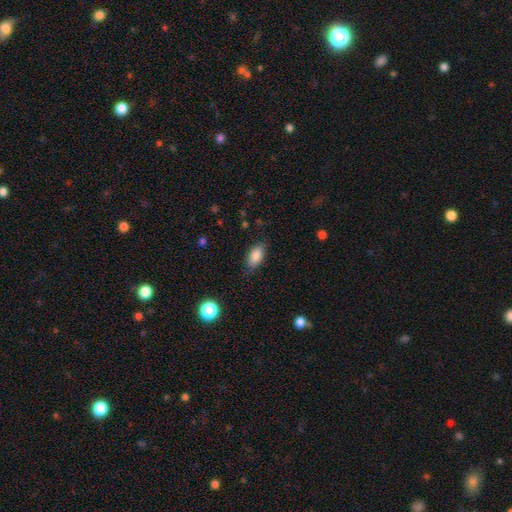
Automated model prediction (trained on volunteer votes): A smooth galaxy with no disk features (87%) that is in between round and cigar-shaped (89%). Merging: none (83%).